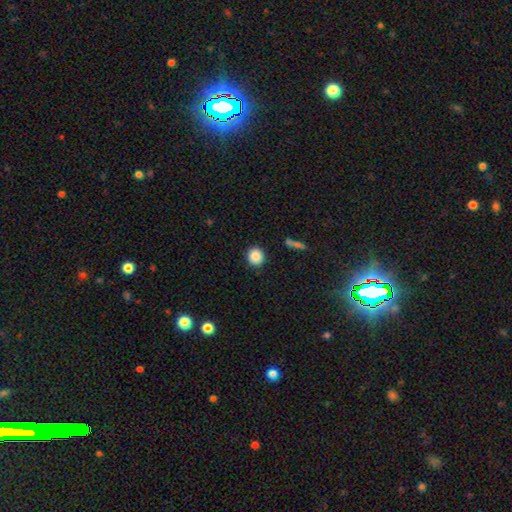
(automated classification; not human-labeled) This is clearly a smooth galaxy (87%). How rounded: clearly round (89%). Merging: clearly none (90%).